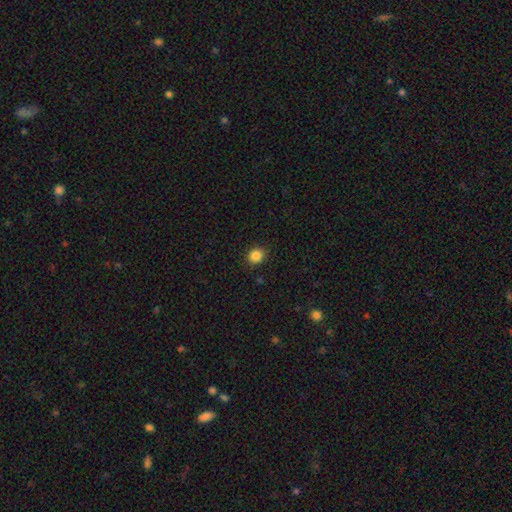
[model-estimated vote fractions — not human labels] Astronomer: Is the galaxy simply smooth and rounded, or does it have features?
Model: smooth — 86%.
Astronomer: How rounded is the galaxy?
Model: round — 78%.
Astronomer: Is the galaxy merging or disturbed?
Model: none — 90%.